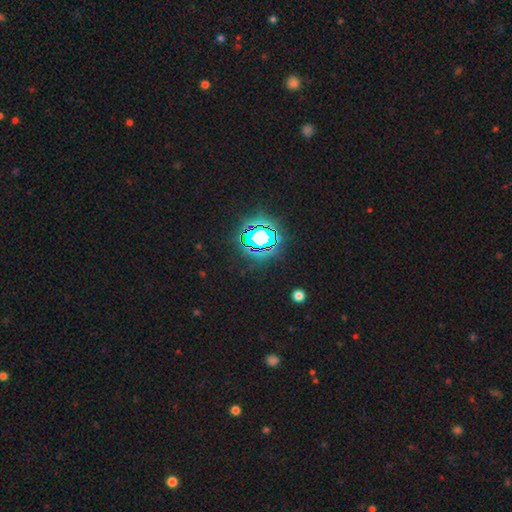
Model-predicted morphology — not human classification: A star or artifact, not a galaxy (82%).